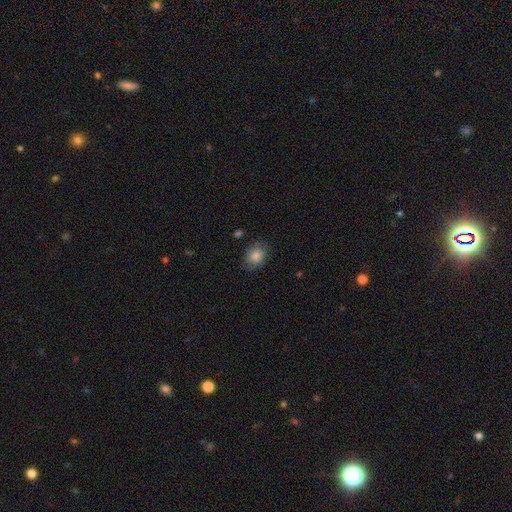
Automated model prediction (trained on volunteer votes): Morphology: type=smooth (83%); roundness=in between (51%); merging=none (76%).